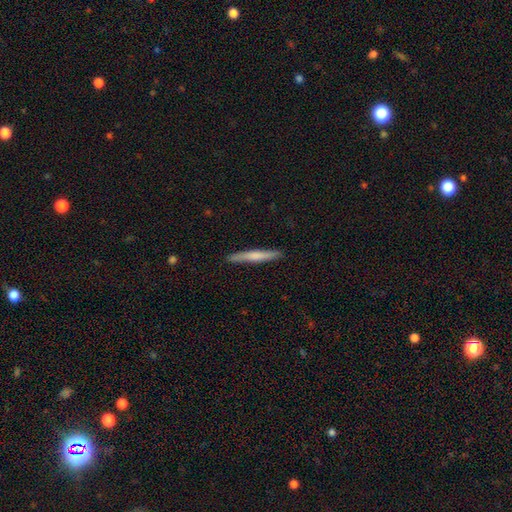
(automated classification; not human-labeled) smooth_or_featured: smooth (p=0.58) [alt: featured or disk p=0.36]
how_rounded: cigar-shaped (p=0.96) [alt: in between p=0.03]
merging: none (p=0.89) [alt: minor disturbance p=0.08]